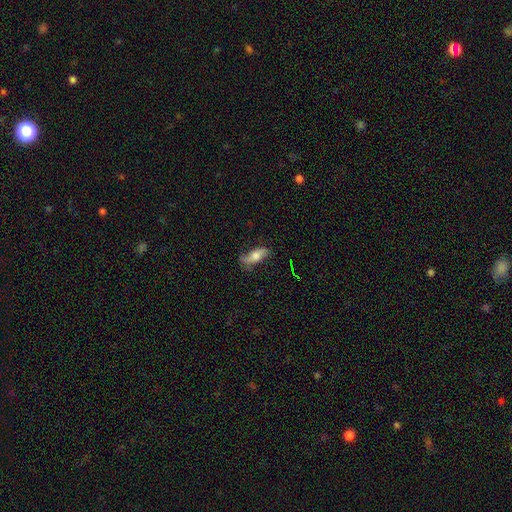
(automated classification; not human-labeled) smooth 55%, featured or disk 37%, star or artifact 8%. Down the decision tree: how rounded — in between (68%); merging — none (60%).